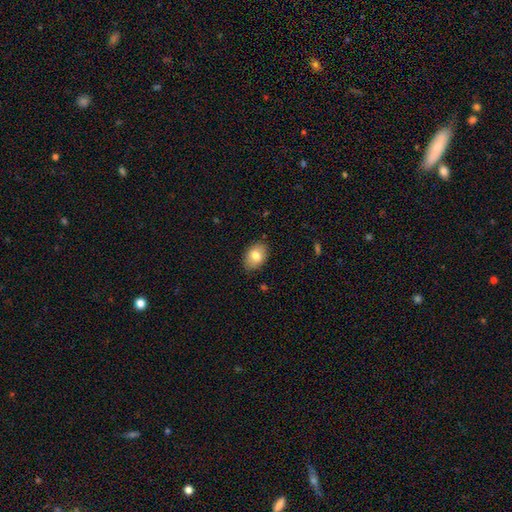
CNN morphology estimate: smooth_or_featured: smooth (p=0.79) [alt: featured or disk p=0.14]
how_rounded: in between (p=0.83) [alt: round p=0.15]
merging: none (p=0.85) [alt: minor disturbance p=0.11]